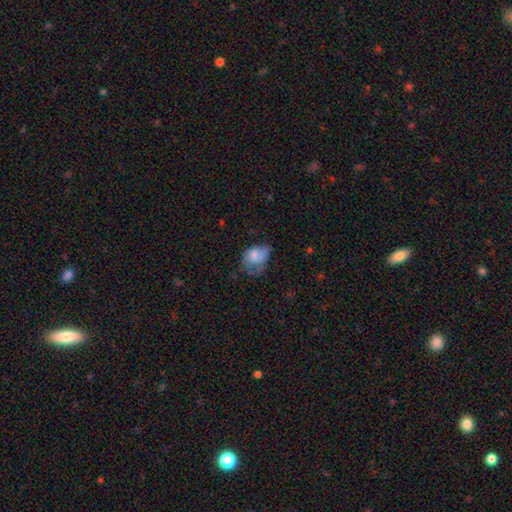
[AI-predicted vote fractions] smooth_or_featured: smooth (p=0.65) [alt: featured or disk p=0.26]
how_rounded: in between (p=0.74) [alt: round p=0.25]
merging: major disturbance (p=0.37) [alt: minor disturbance p=0.34]